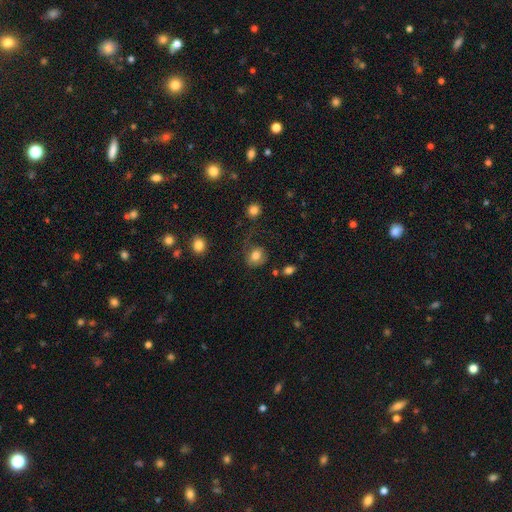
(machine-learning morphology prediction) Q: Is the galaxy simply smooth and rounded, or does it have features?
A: smooth — 77%.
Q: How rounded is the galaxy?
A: round — 65%.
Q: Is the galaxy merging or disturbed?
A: none — 53%.